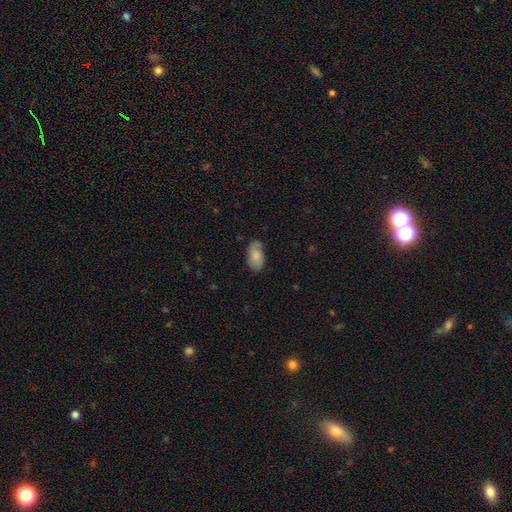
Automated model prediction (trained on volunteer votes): smooth-or-featured: smooth: 75% | featured or disk: 18% | star or artifact: 7%
  how-rounded: in between: 94% | round: 4% | cigar-shaped: 2%
  merging: none: 65% | minor disturbance: 26% | major disturbance: 6% | merger: 2%